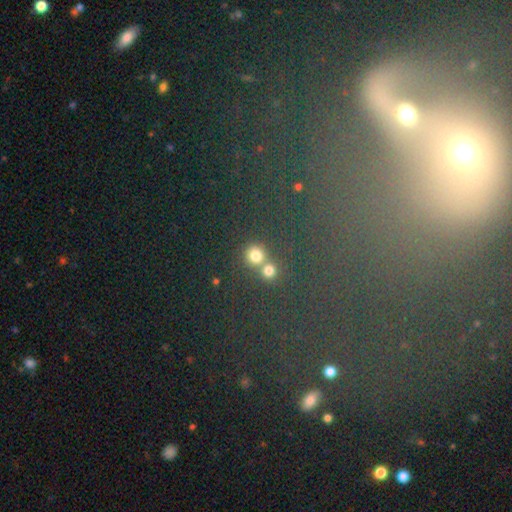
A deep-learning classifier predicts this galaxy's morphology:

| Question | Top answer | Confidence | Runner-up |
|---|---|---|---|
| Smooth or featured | smooth | 75% | star or artifact (18%) |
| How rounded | round | 91% | in between (8%) |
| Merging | none | 56% | merger (34%) |